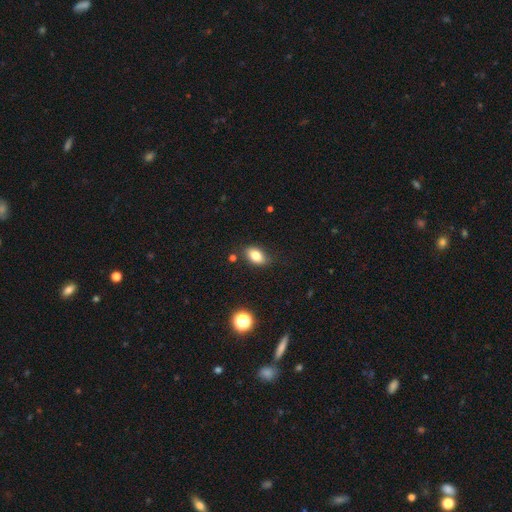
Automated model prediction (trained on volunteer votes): Smooth or featured? smooth (80%)
How rounded? in between (87%)
Merging? none (79%)